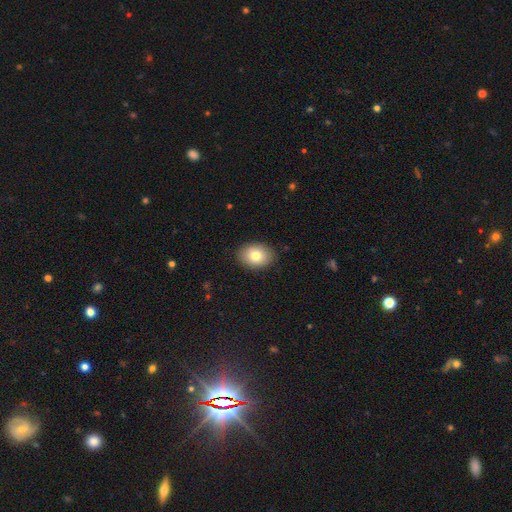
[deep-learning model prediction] Smooth or featured: smooth — 79% (featured or disk — 12%)
How rounded: in between — 67% (round — 32%)
Merging: none — 88% (minor disturbance — 9%)